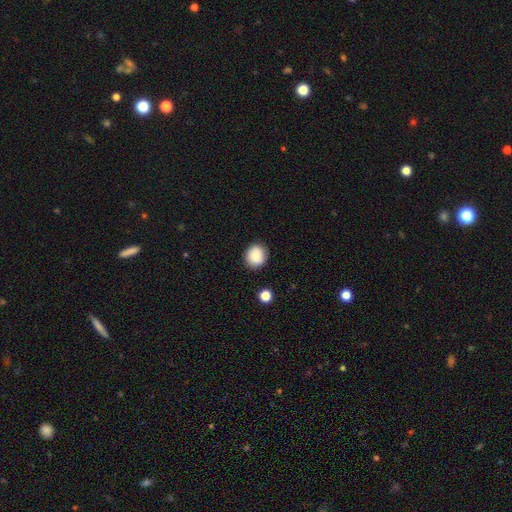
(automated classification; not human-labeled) A smooth galaxy with no disk features (85%) that is round (85%). Merging: none (88%).